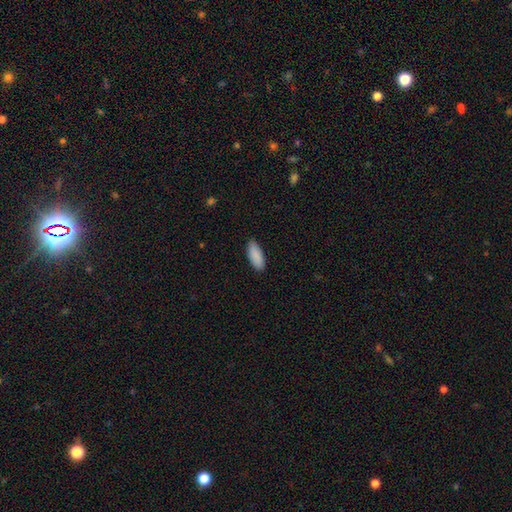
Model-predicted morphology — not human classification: Smooth or featured? Predicted: smooth (p=0.91). How rounded? Predicted: in between (p=0.80). Merging? Predicted: none (p=0.87).